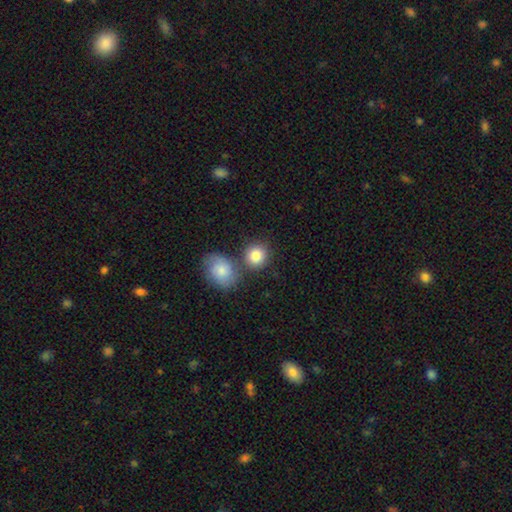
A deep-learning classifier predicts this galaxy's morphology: A smooth galaxy with no disk features (85%) that is round (81%).

Vote fractions:
- Smooth or featured? smooth: 85% / featured or disk: 8% / star or artifact: 7%
- How rounded? round: 81% / in between: 18% / cigar-shaped: 1%
- Merging? none: 62% / merger: 25% / minor disturbance: 10% / major disturbance: 3%